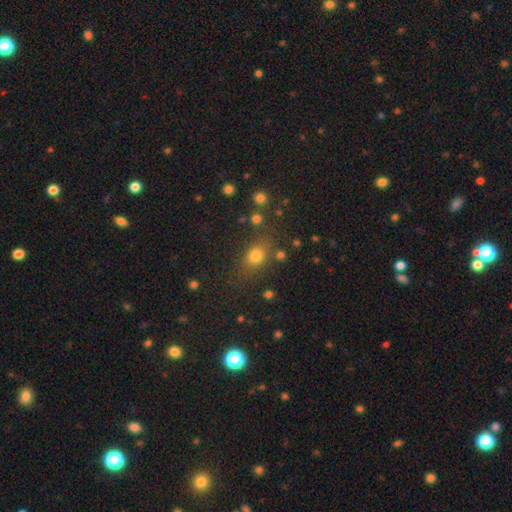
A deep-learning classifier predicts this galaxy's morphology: Smooth or featured? smooth (73%)
How rounded? in between (53%)
Merging? none (75%)